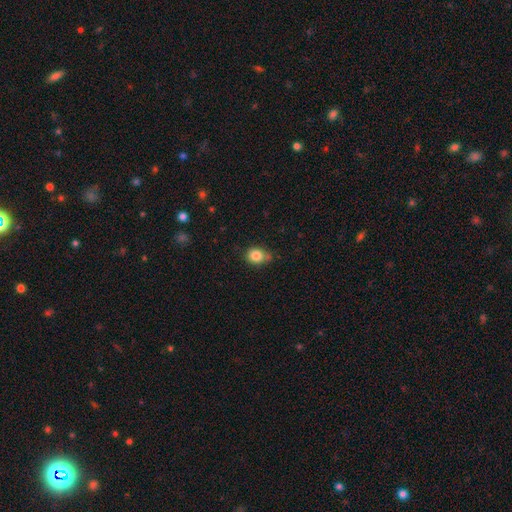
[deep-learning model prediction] A smooth galaxy with no disk features (83%) that is round (60%).

Vote fractions:
- Smooth or featured? smooth: 83% / star or artifact: 10% / featured or disk: 6%
- How rounded? round: 60% / in between: 38% / cigar-shaped: 1%
- Merging? none: 59% / minor disturbance: 31% / major disturbance: 6% / merger: 4%